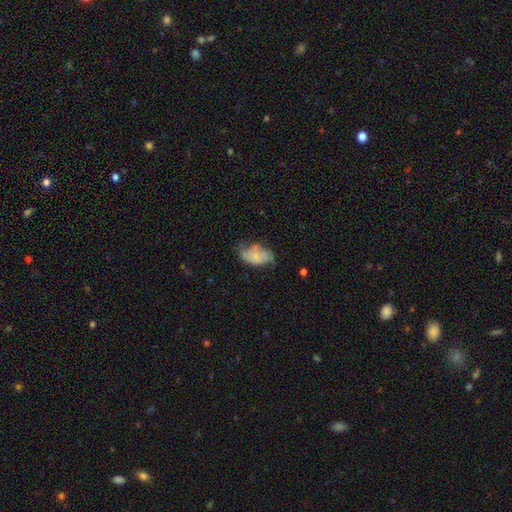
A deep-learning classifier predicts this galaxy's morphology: A smooth galaxy with no disk features (54%) that is in between round and cigar-shaped (91%).

Vote fractions:
- Smooth or featured? smooth: 54% / featured or disk: 38% / star or artifact: 8%
- How rounded? in between: 91% / round: 7% / cigar-shaped: 2%
- Merging? none: 44% / minor disturbance: 34% / major disturbance: 18% / merger: 4%